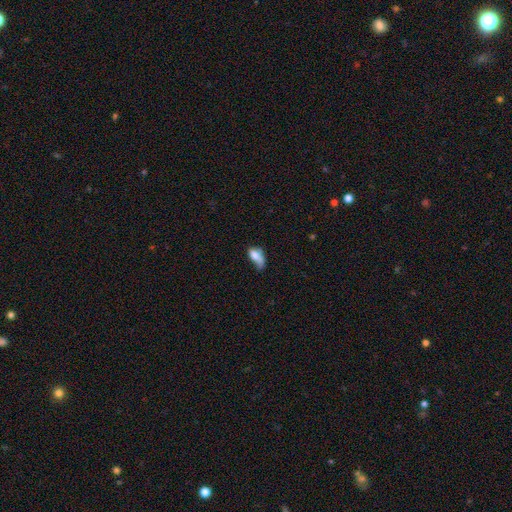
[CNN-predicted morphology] A smooth galaxy with no disk features (69%) that is in between round and cigar-shaped (87%). Merging: major disturbance (36%).